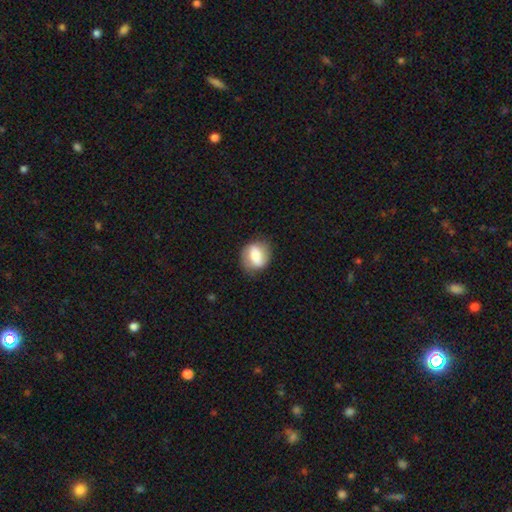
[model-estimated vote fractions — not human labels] The model was most divided on "how rounded": round: 56%, in between: 43%, cigar-shaped: 2%. More confident: merging — none (78%); smooth or featured — smooth (60%).